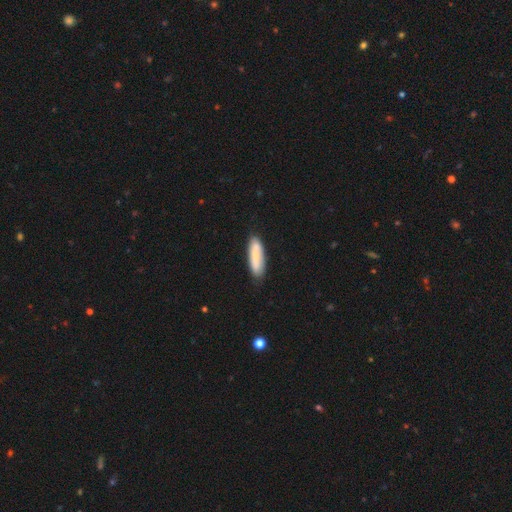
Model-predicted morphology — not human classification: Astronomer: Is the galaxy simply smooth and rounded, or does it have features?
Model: smooth — 79%.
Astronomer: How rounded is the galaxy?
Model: cigar-shaped — 56% (runner-up: in between, 43%).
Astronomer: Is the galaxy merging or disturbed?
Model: none — 80%.